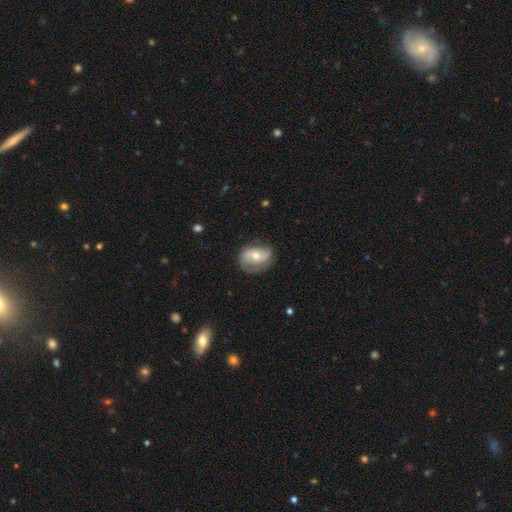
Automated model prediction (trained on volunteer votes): Smooth or featured?
  - featured or disk: 55% *
  - smooth: 38%
  - star or artifact: 7%
Edge-on disk?
  - no: 95% *
  - yes: 5%
Bar?
  - no: 53% *
  - weak: 30%
  - strong: 17%
Spiral arms?
  - yes: 71% *
  - no: 29%
Bulge size?
  - moderate: 60% *
  - small: 36%
  - large: 3%
  - none: 1%
  - dominant: 1%
Merging?
  - none: 59% *
  - minor disturbance: 27%
  - major disturbance: 13%
  - merger: 1%